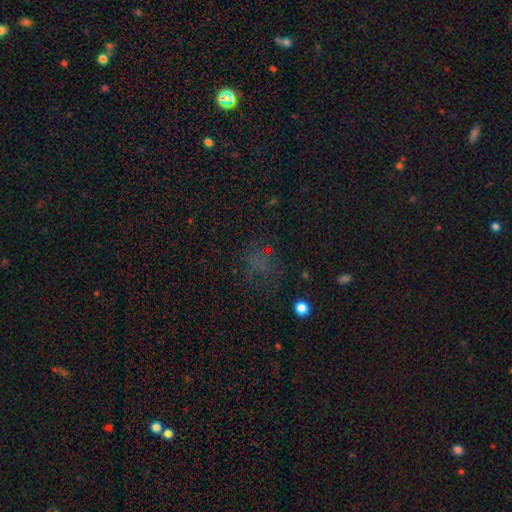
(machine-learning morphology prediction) smooth-or-featured: star or artifact: 50% | smooth: 35% | featured or disk: 14%